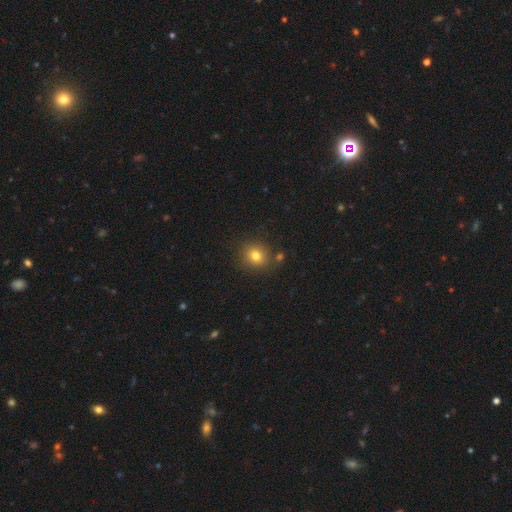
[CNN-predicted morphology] Overall: smooth (78%). How rounded: round (80%). Merging: none (81%).